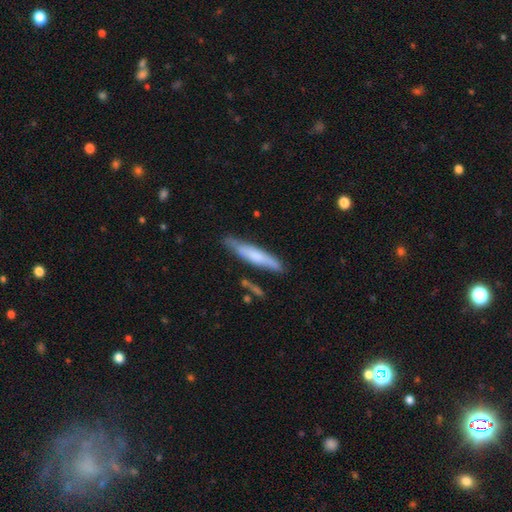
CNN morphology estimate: Smooth or featured: smooth — 60% (featured or disk — 34%)
How rounded: cigar-shaped — 89% (in between — 9%)
Merging: none — 77% (minor disturbance — 17%)